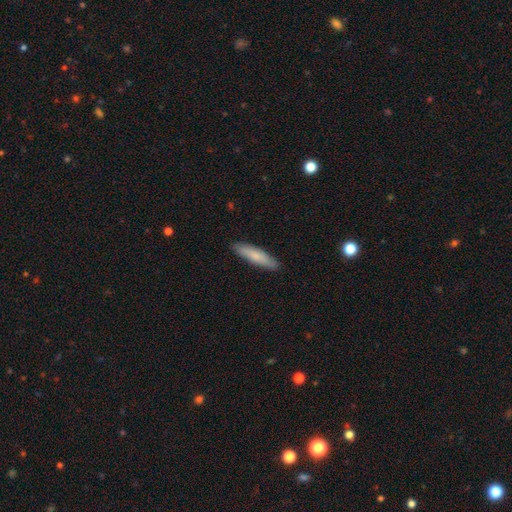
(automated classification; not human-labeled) smooth 77%, featured or disk 18%, star or artifact 5%. Down the decision tree: how rounded — cigar-shaped (80%); merging — none (89%).